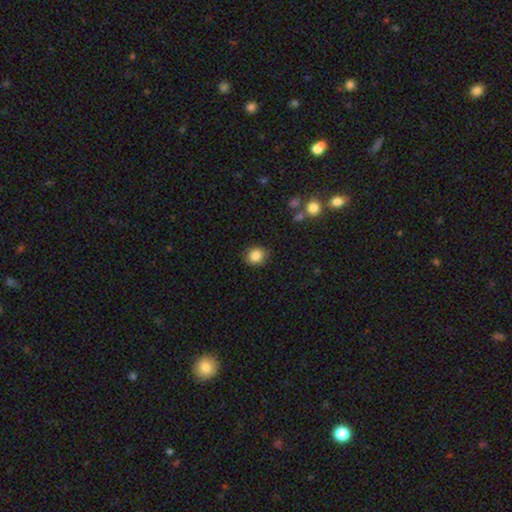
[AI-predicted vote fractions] Q: Smooth or featured?
A: smooth (86%); runner-up: star or artifact (9%)
Q: How rounded?
A: round (78%); runner-up: in between (21%)
Q: Merging?
A: none (86%); runner-up: minor disturbance (10%)